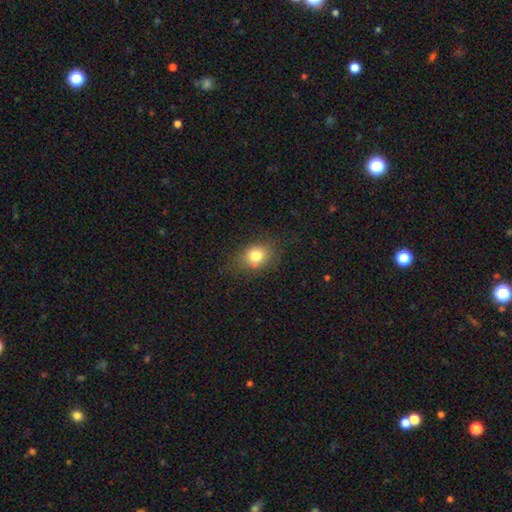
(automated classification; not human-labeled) Overall: smooth (79%). How rounded: in between (50%; round 49%). Merging: none (78%).